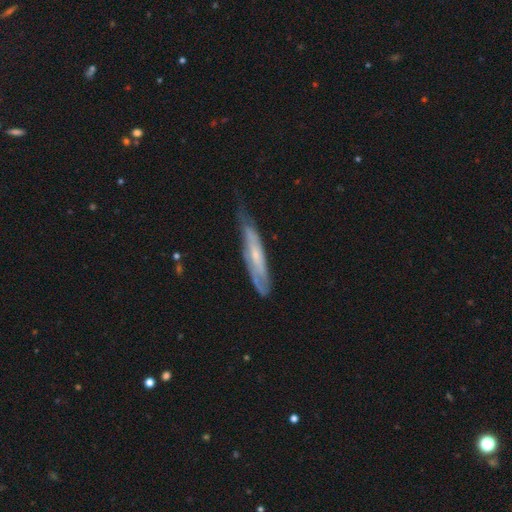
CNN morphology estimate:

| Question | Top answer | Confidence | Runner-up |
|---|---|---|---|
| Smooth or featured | featured or disk | 63% | smooth (31%) |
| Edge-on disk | yes | 52% | no (48%) |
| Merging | none | 54% | minor disturbance (33%) |